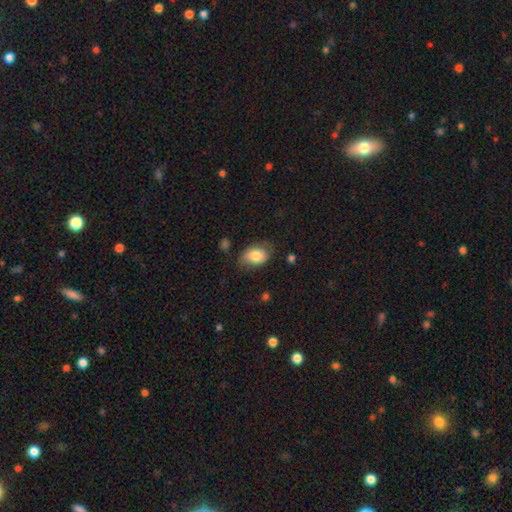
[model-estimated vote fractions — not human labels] A smooth galaxy with no disk features (81%) that is in between round and cigar-shaped (86%).

Vote fractions:
- Smooth or featured? smooth: 81% / featured or disk: 12% / star or artifact: 7%
- How rounded? in between: 86% / round: 13% / cigar-shaped: 1%
- Merging? none: 64% / minor disturbance: 26% / major disturbance: 8% / merger: 2%